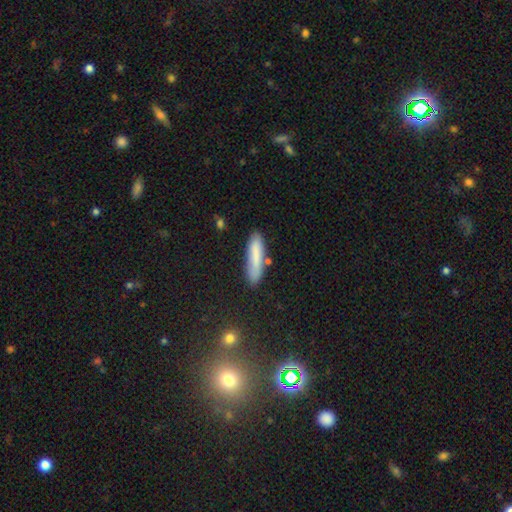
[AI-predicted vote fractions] A smooth galaxy with no disk features (79%) that is cigar-shaped (80%).

Vote fractions:
- Smooth or featured? smooth: 79% / featured or disk: 14% / star or artifact: 7%
- How rounded? cigar-shaped: 80% / in between: 19% / round: 1%
- Merging? none: 78% / minor disturbance: 15% / merger: 4% / major disturbance: 3%